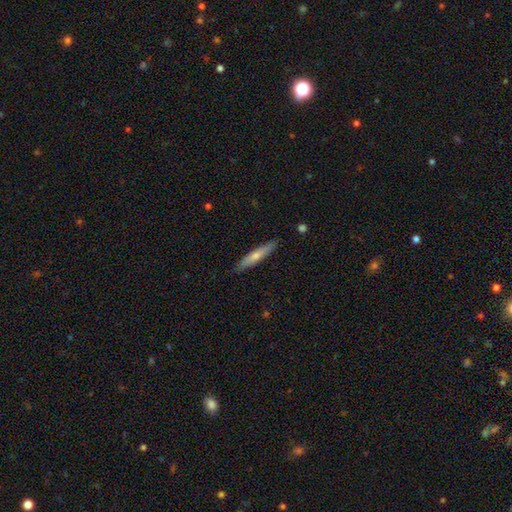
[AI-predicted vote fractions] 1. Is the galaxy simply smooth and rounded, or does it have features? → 59% smooth, 35% featured or disk, 6% star or artifact.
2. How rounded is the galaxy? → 89% cigar-shaped, 9% in between, 1% round.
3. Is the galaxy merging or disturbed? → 87% none, 10% minor disturbance, 2% major disturbance, 1% merger.